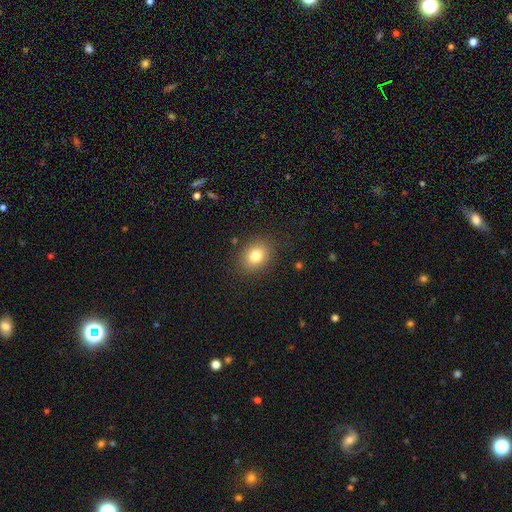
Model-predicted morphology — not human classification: Smooth or featured? smooth (80%)
How rounded? in between (51%)
Merging? none (86%)